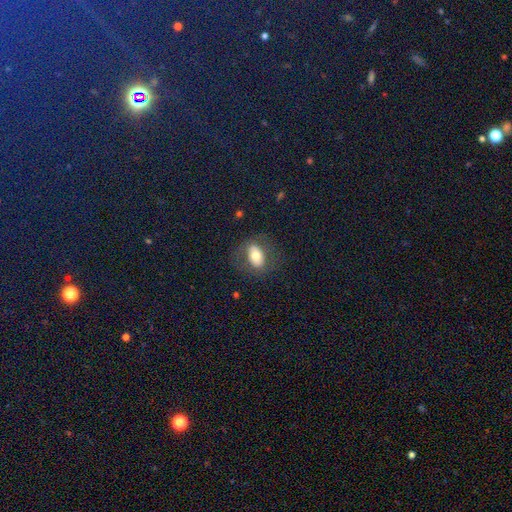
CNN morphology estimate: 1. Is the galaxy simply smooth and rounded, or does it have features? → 64% smooth, 26% featured or disk, 10% star or artifact.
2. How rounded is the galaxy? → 79% in between, 18% round, 2% cigar-shaped.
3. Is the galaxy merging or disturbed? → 72% none, 16% minor disturbance, 11% major disturbance, 1% merger.